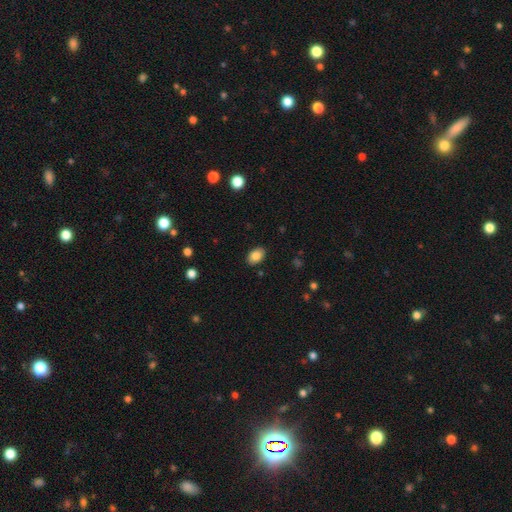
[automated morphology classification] Q: Smooth or featured?
A: smooth (86%); runner-up: star or artifact (8%)
Q: How rounded?
A: in between (83%); runner-up: round (16%)
Q: Merging?
A: none (88%); runner-up: minor disturbance (8%)